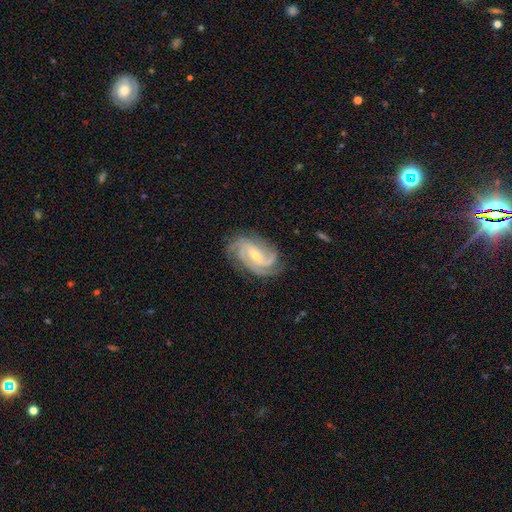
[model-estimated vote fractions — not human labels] featured or disk 91%, smooth 5%, star or artifact 5%. Down the decision tree: edge-on disk — no (97%); bar — weak (46%); spiral arms — yes (98%); spiral arm count — 3 (42%); spiral winding — tight (58%); bulge size — small (64%); merging — none (77%).